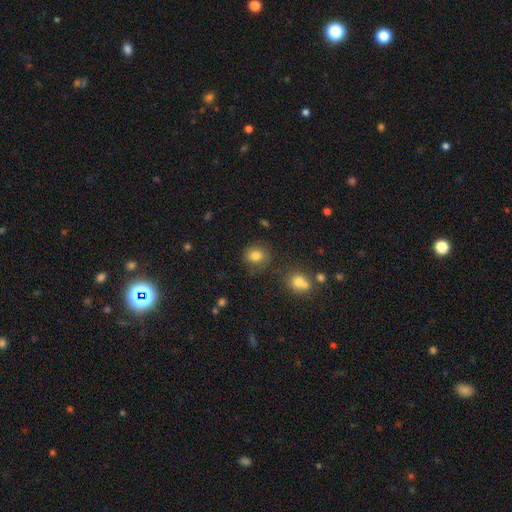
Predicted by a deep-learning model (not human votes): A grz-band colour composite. It shows a smooth galaxy with no disk features (81%) that is round (72%). Merging: none (76%).